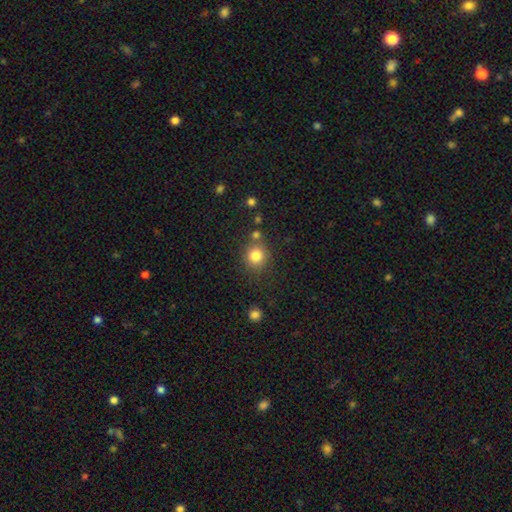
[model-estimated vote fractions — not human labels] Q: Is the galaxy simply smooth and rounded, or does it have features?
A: smooth — 82%.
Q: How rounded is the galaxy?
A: round — 88%.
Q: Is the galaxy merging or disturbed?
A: none — 76%.